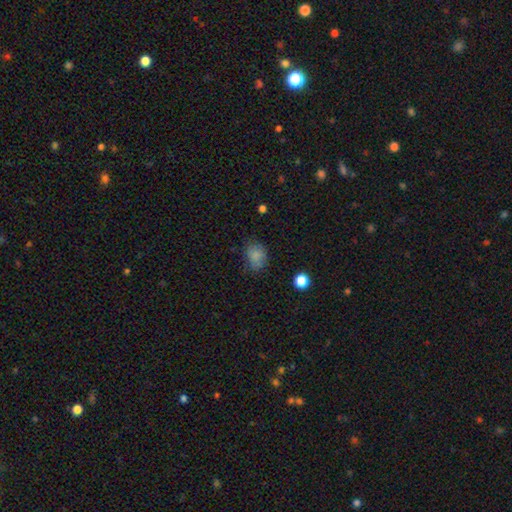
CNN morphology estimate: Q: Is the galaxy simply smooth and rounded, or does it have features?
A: smooth — 79%.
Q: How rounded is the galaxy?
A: in between — 60%.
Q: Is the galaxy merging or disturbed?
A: none — 64%.